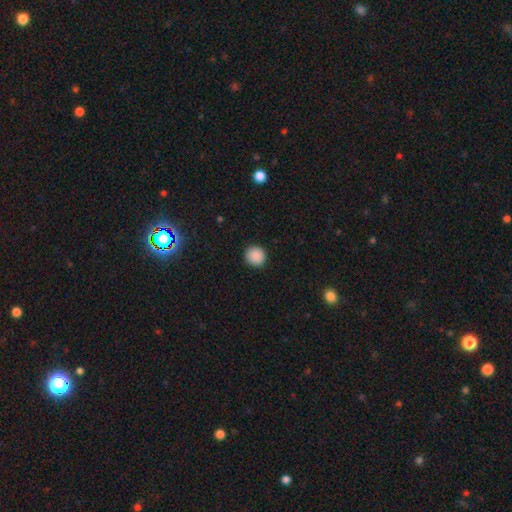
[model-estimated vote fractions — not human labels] Smooth or featured?
  - smooth: 89% *
  - star or artifact: 9%
  - featured or disk: 2%
How rounded?
  - round: 91% *
  - in between: 8%
  - cigar-shaped: 1%
Merging?
  - none: 91% *
  - minor disturbance: 6%
  - major disturbance: 2%
  - merger: 1%